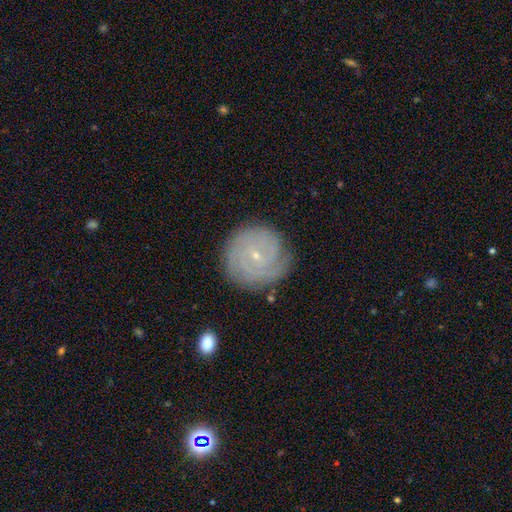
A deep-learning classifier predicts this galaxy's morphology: Overall: featured or disk (79%). Edge-on disk: no (98%). Bar: no (66%; weak 29%). Spiral arms: yes (95%). Spiral arm count: can't tell (31%; 3 22%). Spiral winding: tight (79%). Bulge size: small (85%). Merging: none (81%).